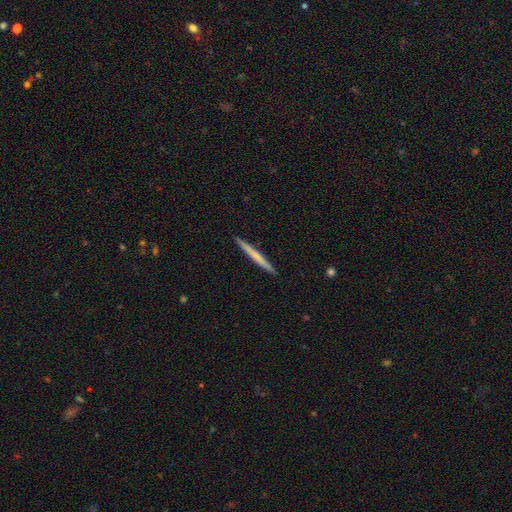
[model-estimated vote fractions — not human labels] A smooth galaxy with no disk features (56%) that is cigar-shaped (97%). Merging: none (93%).